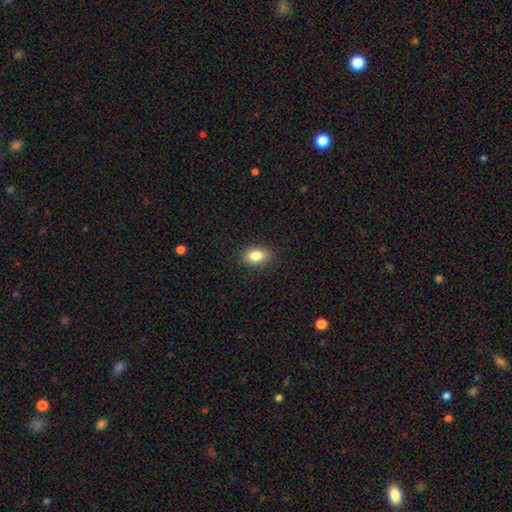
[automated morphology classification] Q: Smooth or featured?
A: smooth (84%); runner-up: star or artifact (9%)
Q: How rounded?
A: in between (82%); runner-up: round (16%)
Q: Merging?
A: none (88%); runner-up: minor disturbance (8%)